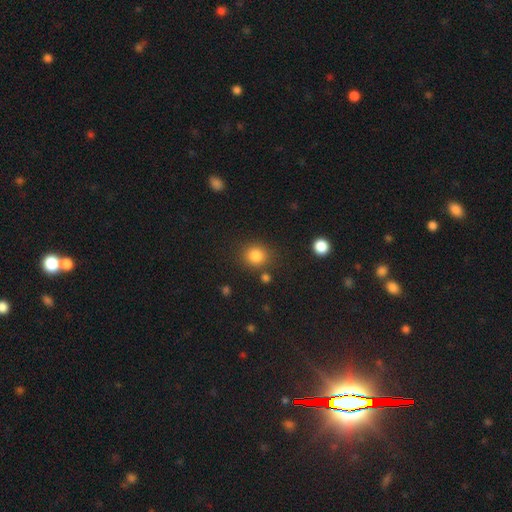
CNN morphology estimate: The model was most divided on "how rounded": round: 83%, in between: 16%, cigar-shaped: 1%. More confident: smooth or featured — smooth (84%); merging — none (80%).